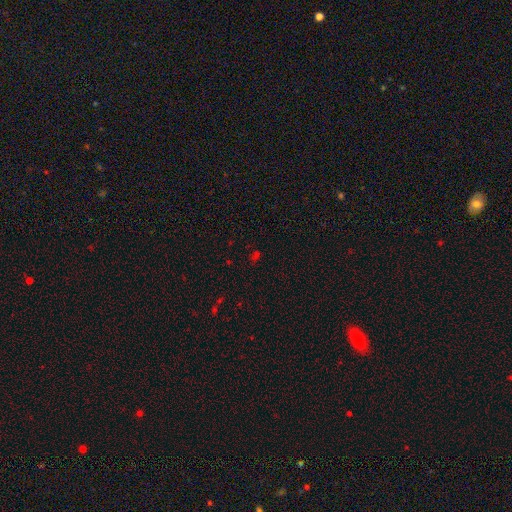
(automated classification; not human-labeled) Morphology: type=star or artifact (53%).